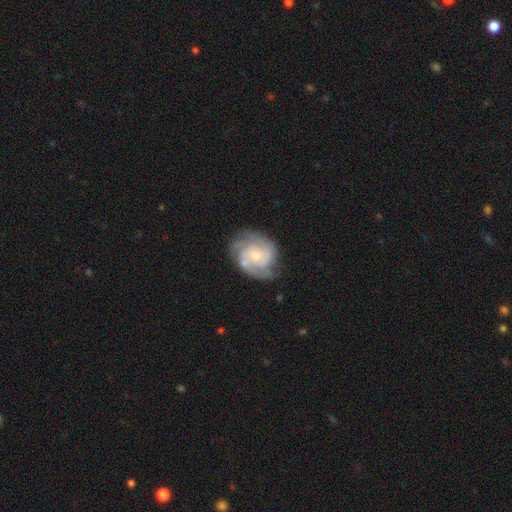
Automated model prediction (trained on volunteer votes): A featured or disk galaxy (84%) with no bar (69%), 2 (36%) tight (50%) spiral arms (96%) and a small central bulge (63%). Merging: none (70%).